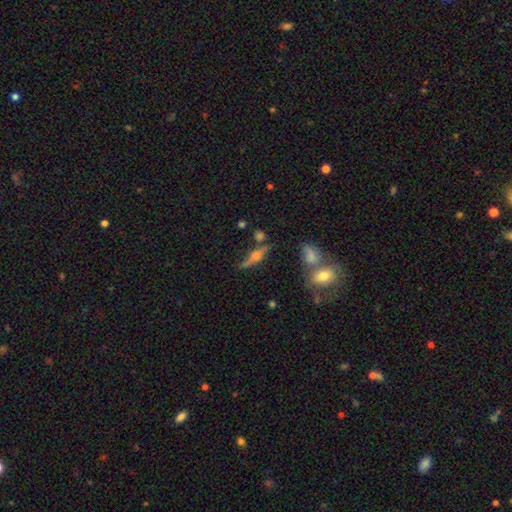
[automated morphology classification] This appears to be a featured or disk galaxy (61%) viewed edge-on (89%) with a rounded central bulge (88%). Merging: none (66%).